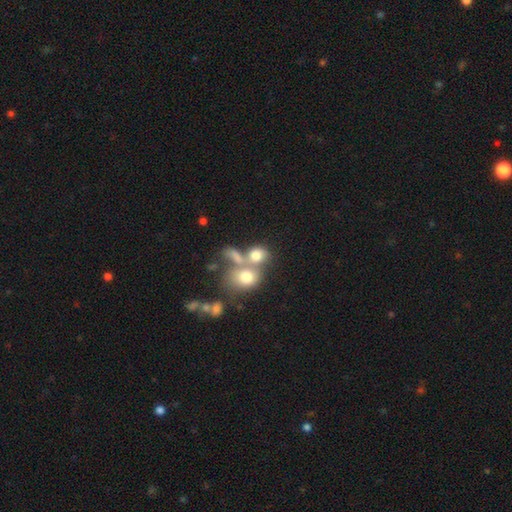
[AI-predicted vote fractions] Smooth or featured: smooth — 71% (featured or disk — 16%)
How rounded: round — 56% (in between — 42%)
Merging: merger — 52% (none — 30%)